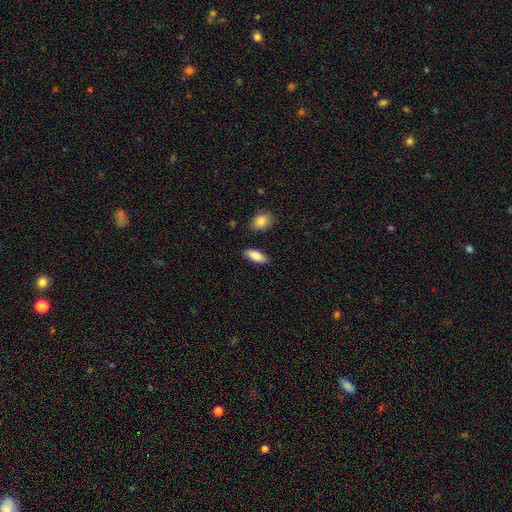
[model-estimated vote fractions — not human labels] Q: Smooth or featured?
A: smooth (87%); runner-up: featured or disk (7%)
Q: How rounded?
A: in between (84%); runner-up: cigar-shaped (14%)
Q: Merging?
A: none (85%); runner-up: minor disturbance (10%)